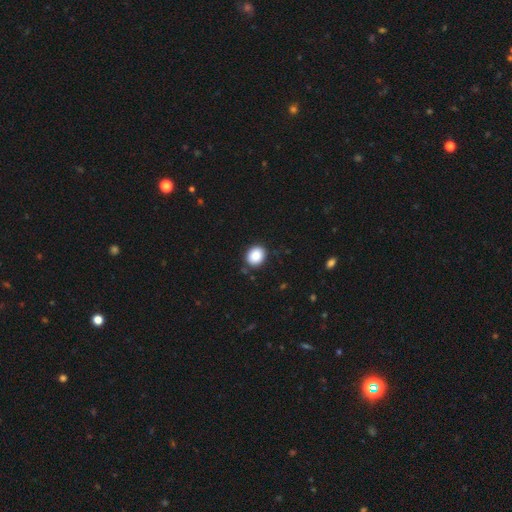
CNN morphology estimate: Smooth or featured?
  - smooth: 88% *
  - star or artifact: 8%
  - featured or disk: 4%
How rounded?
  - round: 65% *
  - in between: 34%
  - cigar-shaped: 1%
Merging?
  - none: 87% *
  - minor disturbance: 9%
  - major disturbance: 2%
  - merger: 2%